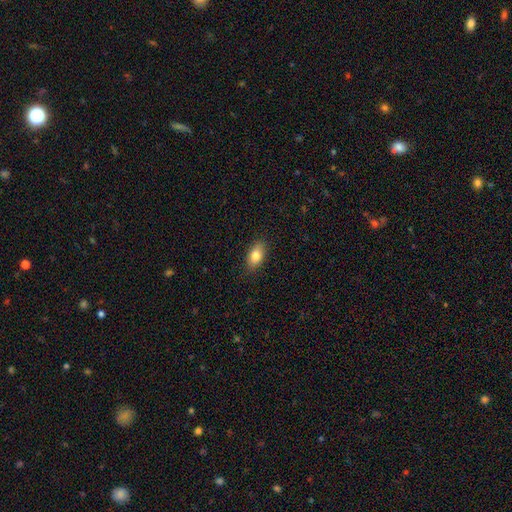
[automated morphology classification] smooth 81%, featured or disk 11%, star or artifact 8%. Down the decision tree: how rounded — in between (88%); merging — none (86%).